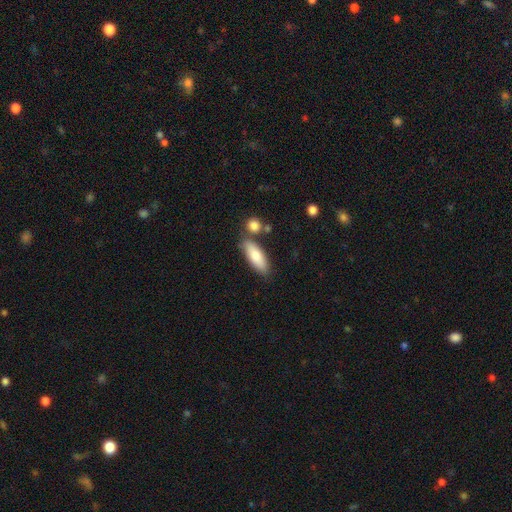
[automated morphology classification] Q: Smooth or featured?
A: smooth (78%); runner-up: featured or disk (16%)
Q: How rounded?
A: in between (65%); runner-up: cigar-shaped (33%)
Q: Merging?
A: none (70%); runner-up: minor disturbance (14%)